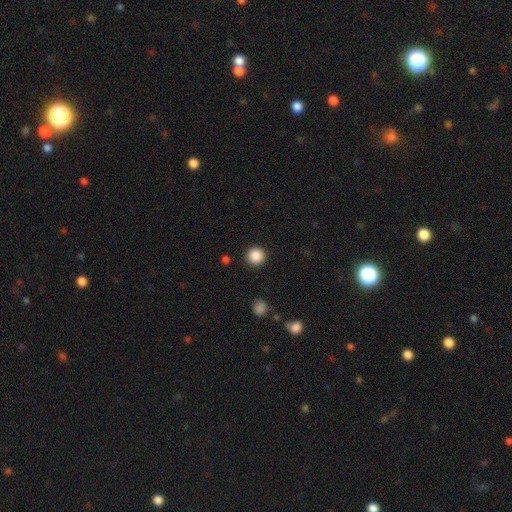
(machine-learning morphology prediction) The model was most divided on "smooth or featured": smooth: 87%, star or artifact: 10%, featured or disk: 3%. More confident: how rounded — round (95%); merging — none (91%).